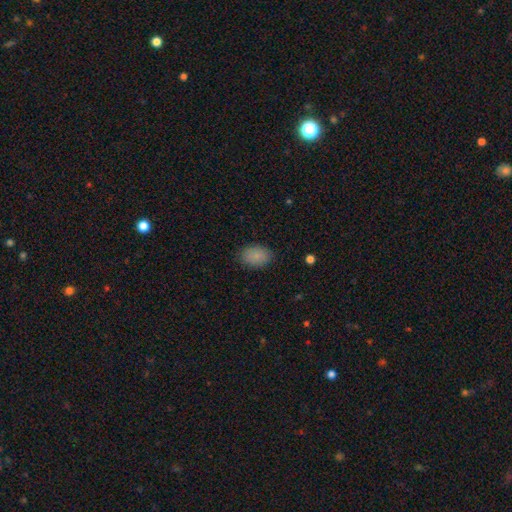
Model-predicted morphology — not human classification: smooth-or-featured: smooth: 85% | star or artifact: 8% | featured or disk: 6%
  how-rounded: in between: 80% | round: 19% | cigar-shaped: 1%
  merging: none: 85% | minor disturbance: 11% | major disturbance: 3% | merger: 1%